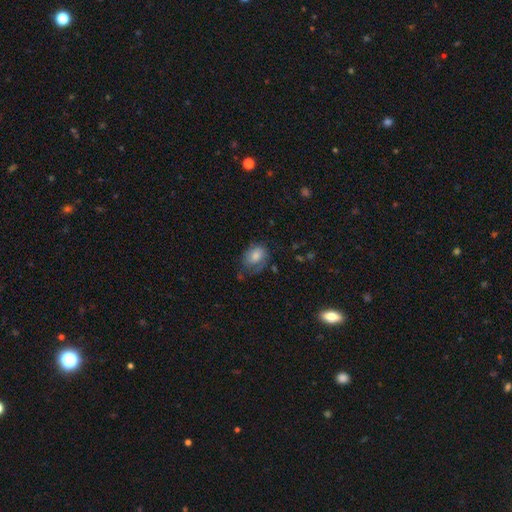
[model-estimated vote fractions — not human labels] Overall: smooth (71%). How rounded: in between (64%; round 34%). Merging: none (45%; minor disturbance 32%).